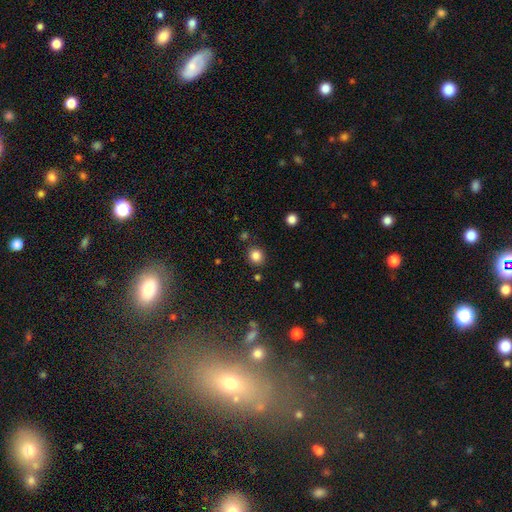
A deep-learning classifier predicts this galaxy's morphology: Q: Smooth or featured?
A: smooth (83%); runner-up: star or artifact (12%)
Q: How rounded?
A: round (83%); runner-up: in between (17%)
Q: Merging?
A: none (86%); runner-up: minor disturbance (8%)